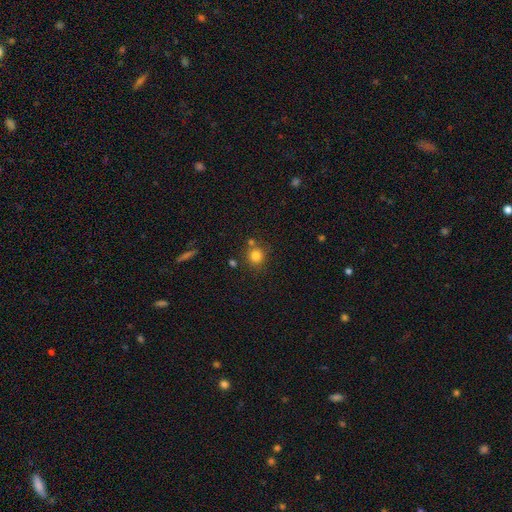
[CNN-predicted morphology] type=smooth (81%); roundness=round (89%); merging=none (74%).